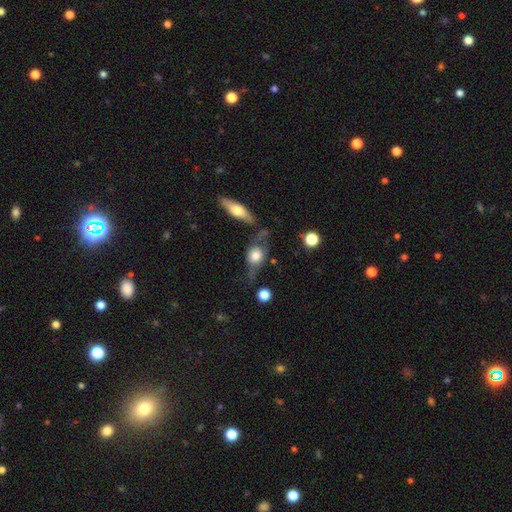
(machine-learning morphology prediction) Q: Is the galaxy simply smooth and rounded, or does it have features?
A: smooth — 54%.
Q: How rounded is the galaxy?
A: in between — 52%.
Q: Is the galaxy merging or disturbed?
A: none — 40%.